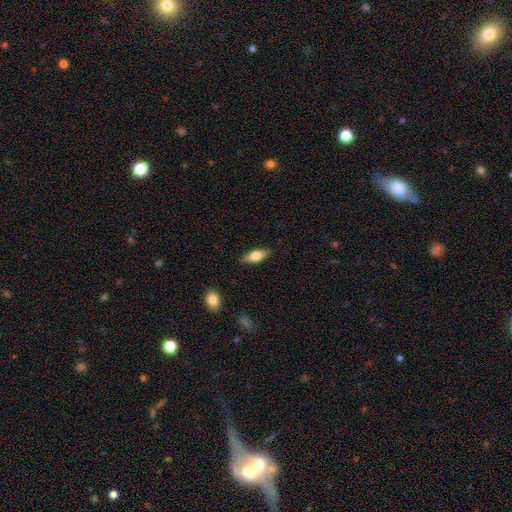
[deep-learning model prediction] The model was most divided on "smooth or featured": smooth: 58%, featured or disk: 35%, star or artifact: 6%. More confident: merging — none (87%); how rounded — in between (65%).